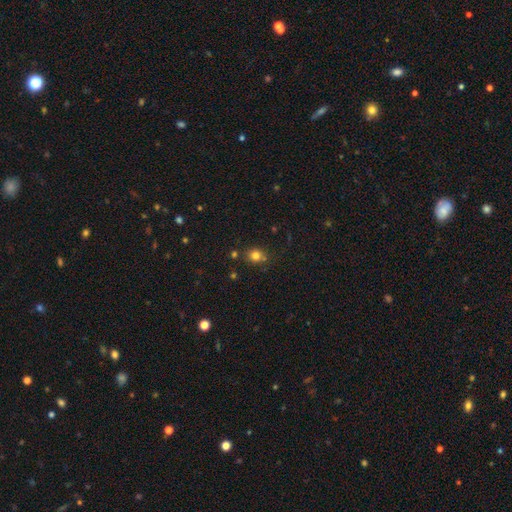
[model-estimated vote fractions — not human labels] smooth-or-featured: smooth: 79% | star or artifact: 15% | featured or disk: 7%
  how-rounded: round: 72% | in between: 27% | cigar-shaped: 1%
  merging: none: 76% | minor disturbance: 13% | merger: 7% | major disturbance: 4%